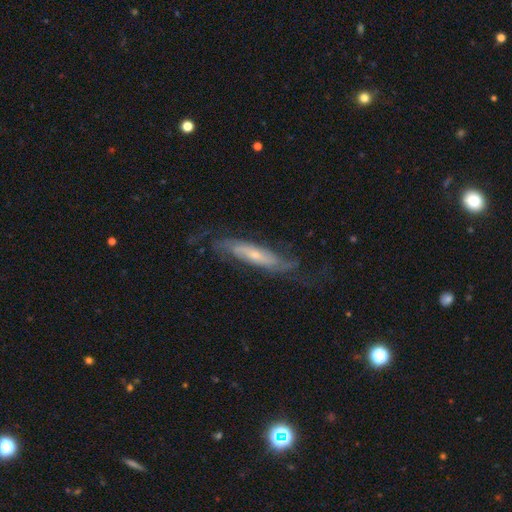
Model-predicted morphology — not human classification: A featured or disk galaxy (75%).

Vote fractions:
- Smooth or featured? featured or disk: 75% / smooth: 19% / star or artifact: 6%
- Edge-on disk? no: 60% / yes: 40%
- Merging? none: 66% / minor disturbance: 19% / major disturbance: 13% / merger: 2%